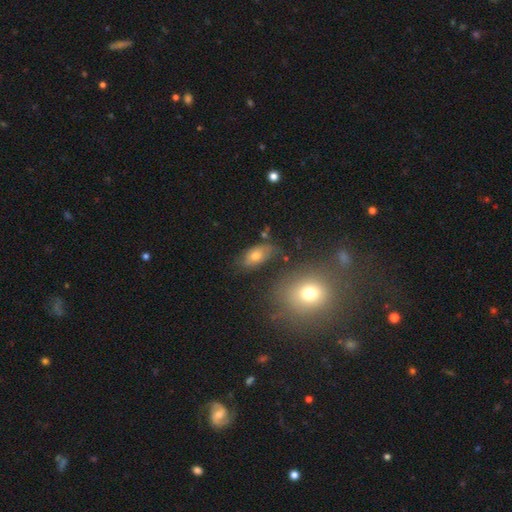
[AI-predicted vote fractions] The model was most divided on "smooth or featured": smooth: 60%, featured or disk: 24%, star or artifact: 16%. More confident: how rounded — in between (84%); merging — none (74%).